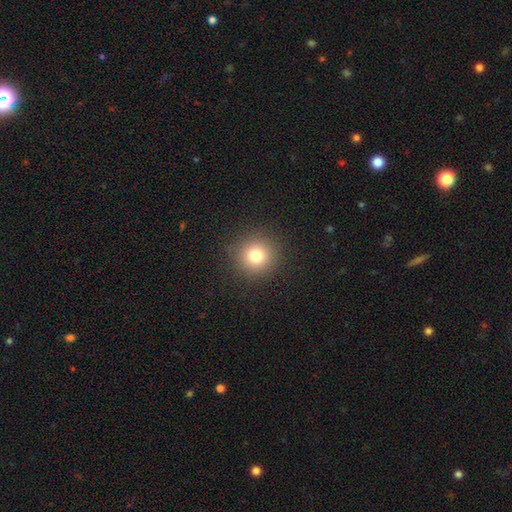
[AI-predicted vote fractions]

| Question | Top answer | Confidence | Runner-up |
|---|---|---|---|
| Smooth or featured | smooth | 79% | star or artifact (13%) |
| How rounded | round | 94% | in between (5%) |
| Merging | none | 90% | minor disturbance (6%) |